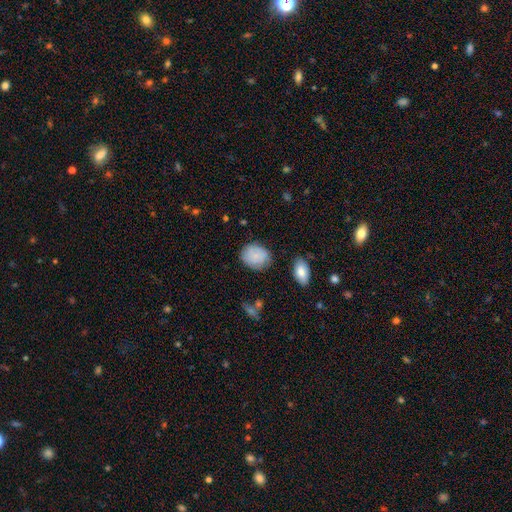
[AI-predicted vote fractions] The model was most divided on "how rounded": round: 53%, in between: 46%, cigar-shaped: 1%. More confident: smooth or featured — smooth (79%); merging — none (76%).